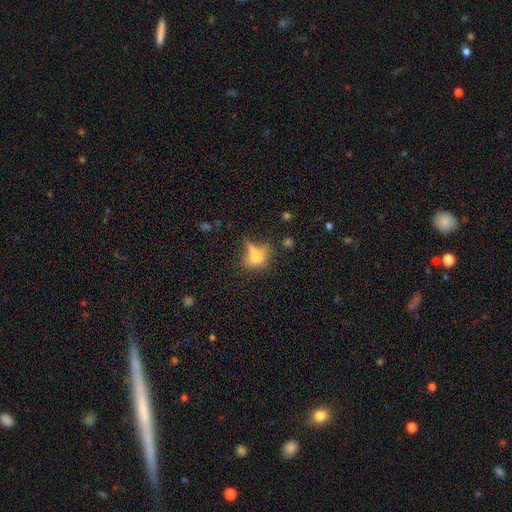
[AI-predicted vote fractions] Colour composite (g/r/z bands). It shows a smooth galaxy with no disk features (62%) that is in between round and cigar-shaped (55%). Merging: none (42%).